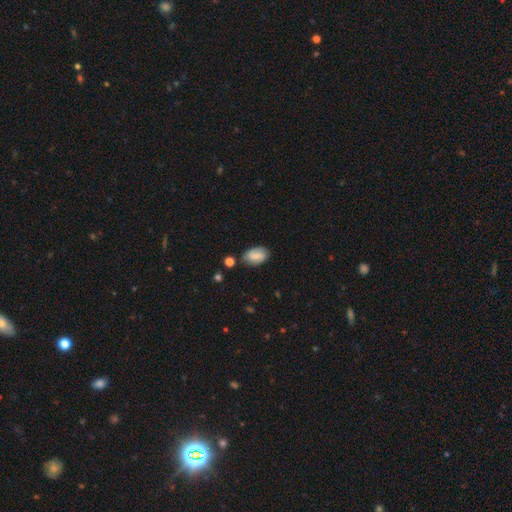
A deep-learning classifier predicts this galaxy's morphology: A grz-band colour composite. It shows a smooth galaxy with no disk features (61%) that is in between round and cigar-shaped (90%). Merging: none (77%).